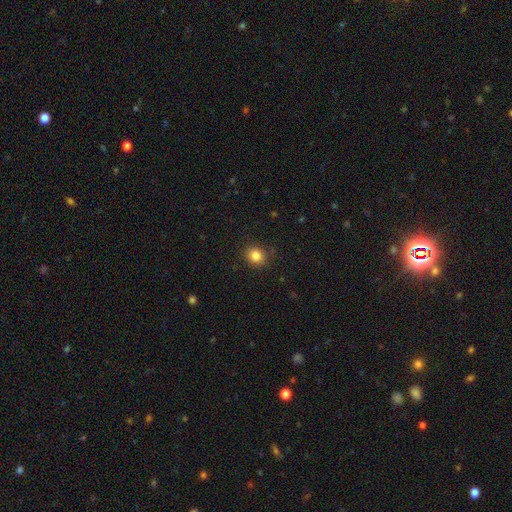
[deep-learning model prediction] Smooth or featured: smooth — 84% (star or artifact — 11%)
How rounded: round — 73% (in between — 26%)
Merging: none — 88% (minor disturbance — 8%)